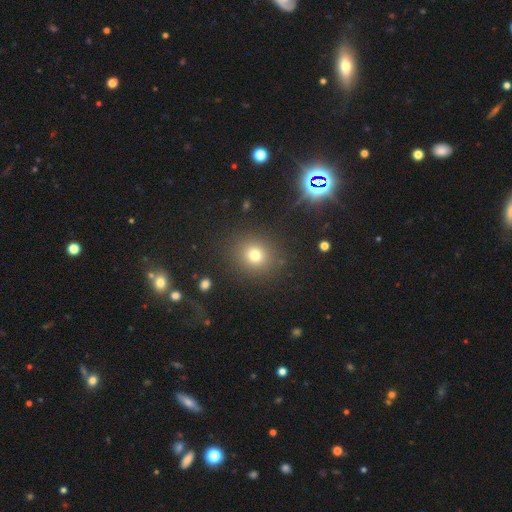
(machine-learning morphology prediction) This appears to be a smooth galaxy with no disk features (57%) that is round (88%). Merging: none (89%).